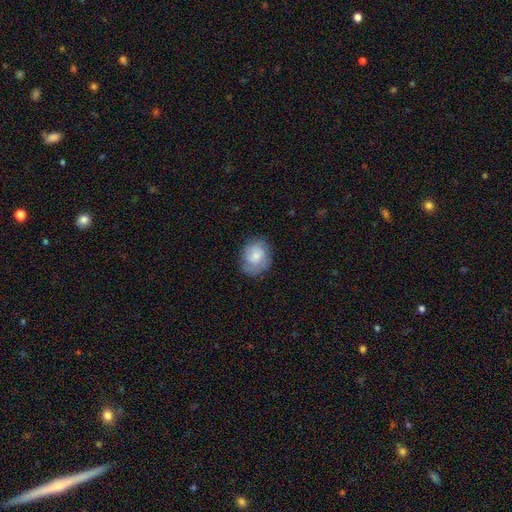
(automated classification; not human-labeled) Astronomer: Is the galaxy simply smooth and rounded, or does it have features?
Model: smooth — 59%.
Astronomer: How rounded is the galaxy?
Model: round — 55% (runner-up: in between, 44%).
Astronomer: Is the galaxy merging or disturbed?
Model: none — 72%.